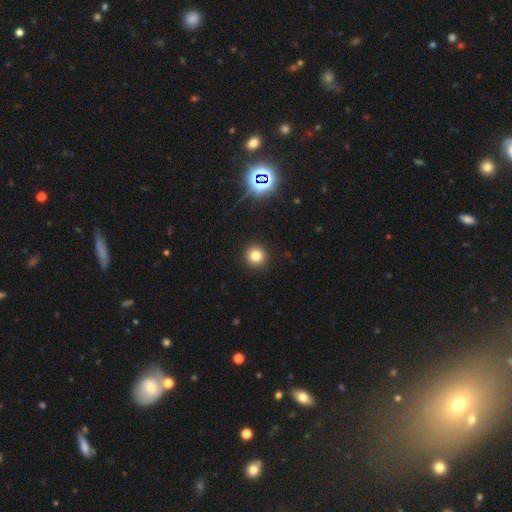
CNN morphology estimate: smooth 80%, star or artifact 14%, featured or disk 6%. Down the decision tree: how rounded — round (91%); merging — none (92%).